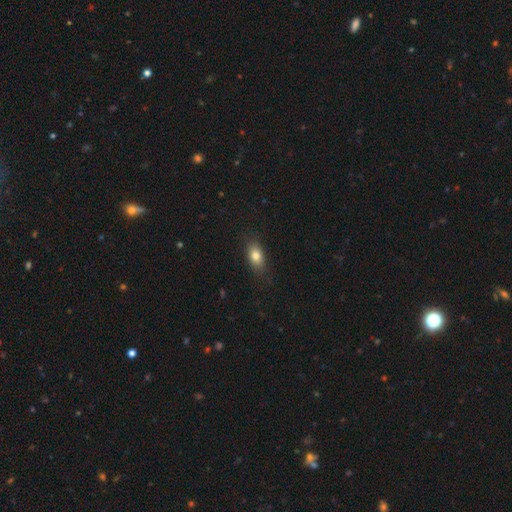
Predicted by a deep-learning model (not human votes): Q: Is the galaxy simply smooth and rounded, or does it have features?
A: smooth — 79%.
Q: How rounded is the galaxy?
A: in between — 82%.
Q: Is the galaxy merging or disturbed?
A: none — 83%.